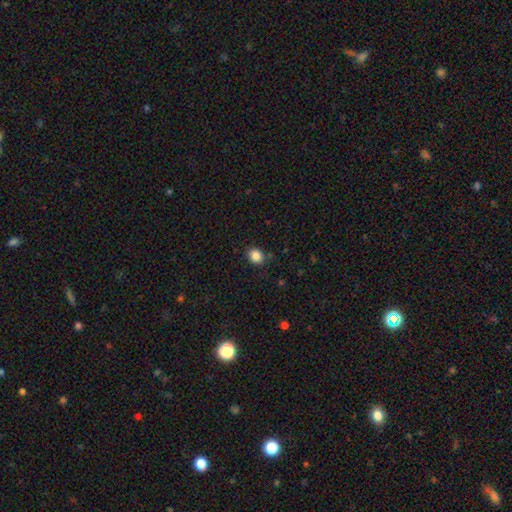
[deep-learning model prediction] Smooth or featured? Predicted: smooth (p=0.86). How rounded? Predicted: round (p=0.57). Merging? Predicted: none (p=0.86).